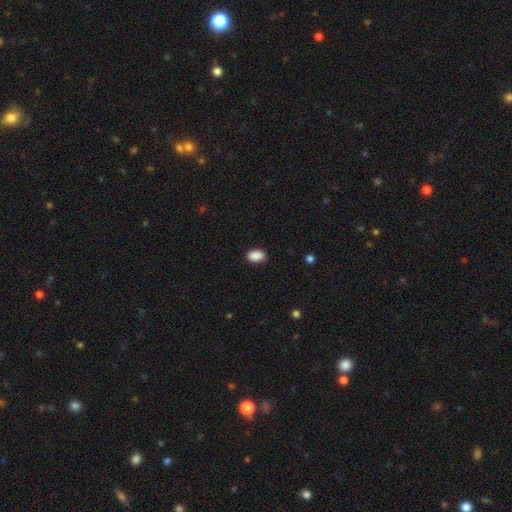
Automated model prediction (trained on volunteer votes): Smooth or featured? Predicted: smooth (p=0.90). How rounded? Predicted: in between (p=0.87). Merging? Predicted: none (p=0.87).